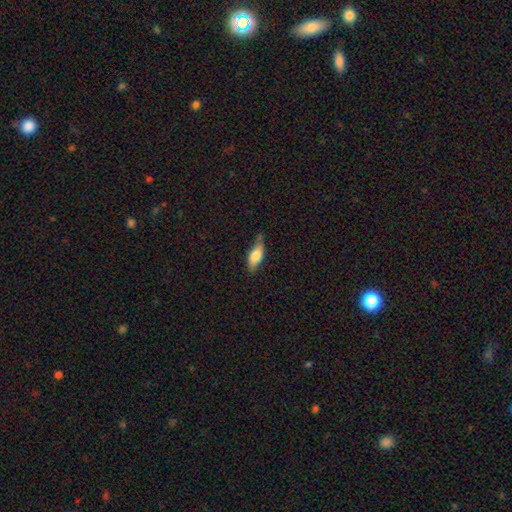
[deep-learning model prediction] The model was most divided on "merging": none: 62%, minor disturbance: 30%, major disturbance: 5%, merger: 2%. More confident: smooth or featured — smooth (75%); how rounded — in between (74%).